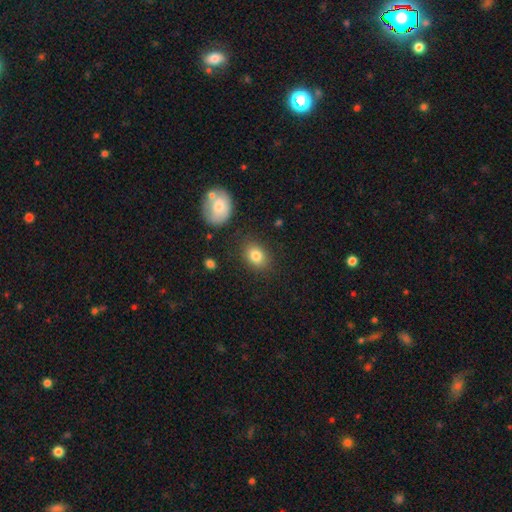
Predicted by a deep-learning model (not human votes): Smooth or featured?
  - smooth: 83% *
  - star or artifact: 9%
  - featured or disk: 8%
How rounded?
  - in between: 64% *
  - round: 35%
  - cigar-shaped: 1%
Merging?
  - none: 82% *
  - minor disturbance: 11%
  - major disturbance: 3%
  - merger: 3%